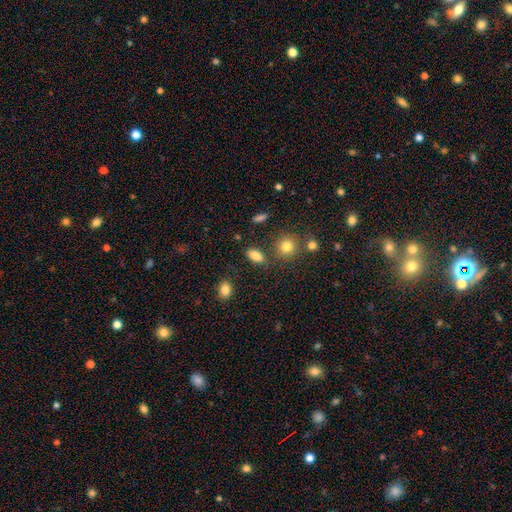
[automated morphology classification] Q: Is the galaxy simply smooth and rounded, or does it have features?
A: smooth — 84%.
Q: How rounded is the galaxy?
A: in between — 84%.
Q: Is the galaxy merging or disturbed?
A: none — 77%.